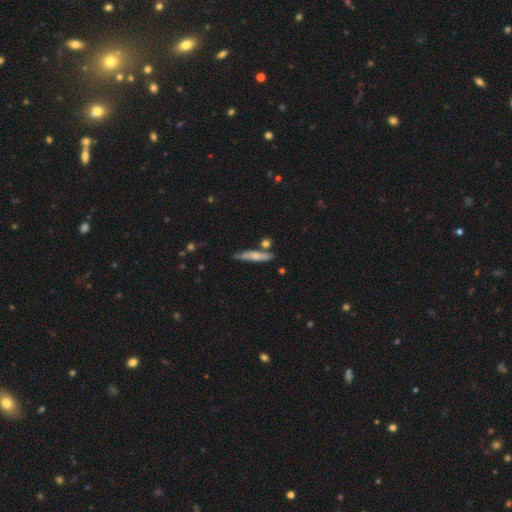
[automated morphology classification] smooth 62%, featured or disk 31%, star or artifact 6%. Down the decision tree: how rounded — cigar-shaped (87%); merging — none (72%).